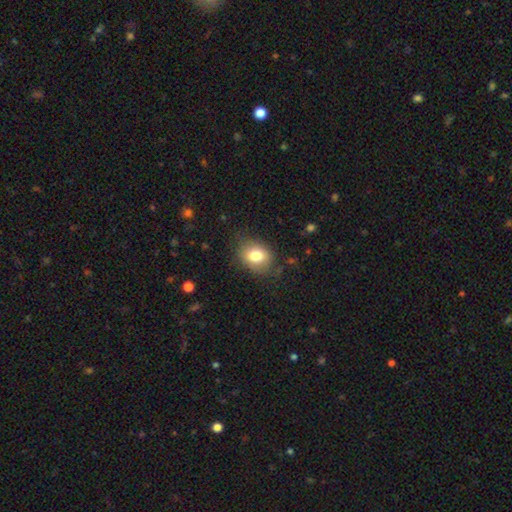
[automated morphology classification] The model was most divided on "how rounded": in between: 53%, round: 46%, cigar-shaped: 1%. More confident: smooth or featured — smooth (79%); merging — none (78%).